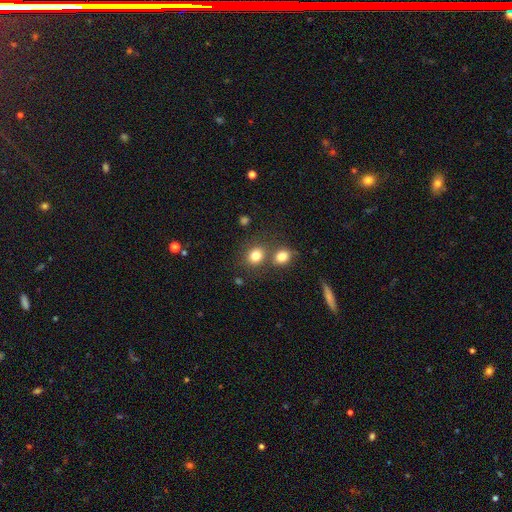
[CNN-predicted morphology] Smooth or featured? smooth (80%)
How rounded? round (72%)
Merging? none (61%)